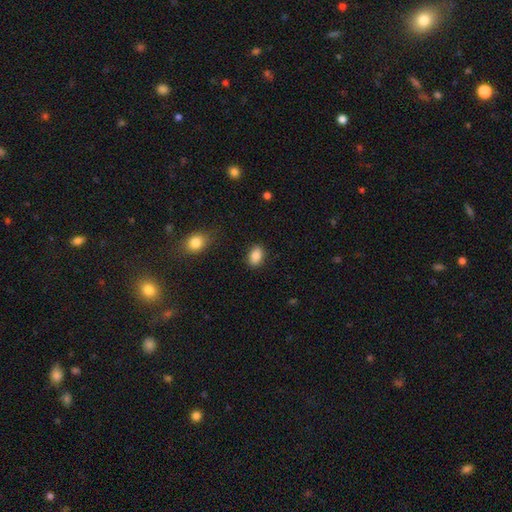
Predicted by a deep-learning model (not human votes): The model was most divided on "how rounded": in between: 85%, round: 14%, cigar-shaped: 2%. More confident: merging — none (86%); smooth or featured — smooth (86%).